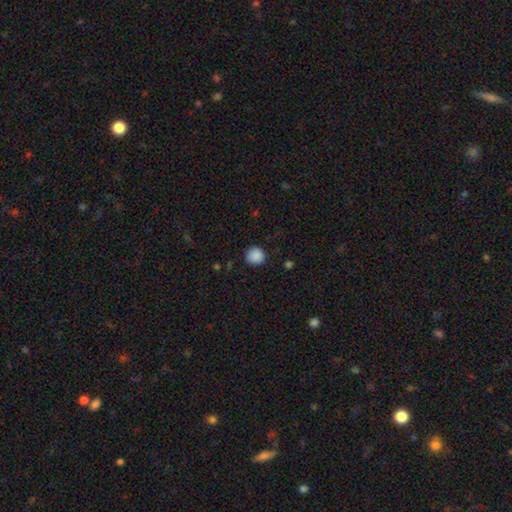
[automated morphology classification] This is clearly a smooth galaxy (88%). How rounded: clearly round (91%). Merging: clearly none (86%).